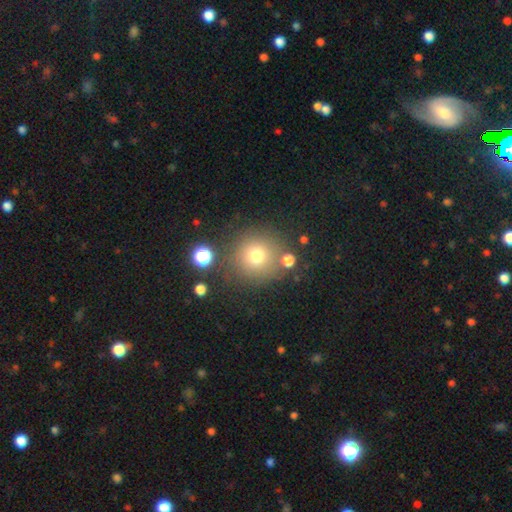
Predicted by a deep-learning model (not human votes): smooth_or_featured: smooth (p=0.72) [alt: star or artifact p=0.17]
how_rounded: round (p=0.94) [alt: in between p=0.05]
merging: none (p=0.80) [alt: minor disturbance p=0.09]